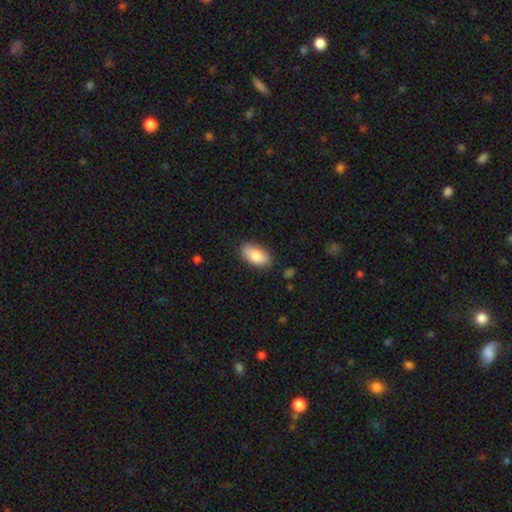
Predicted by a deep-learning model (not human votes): Overall: smooth (82%). How rounded: in between (93%). Merging: none (85%).